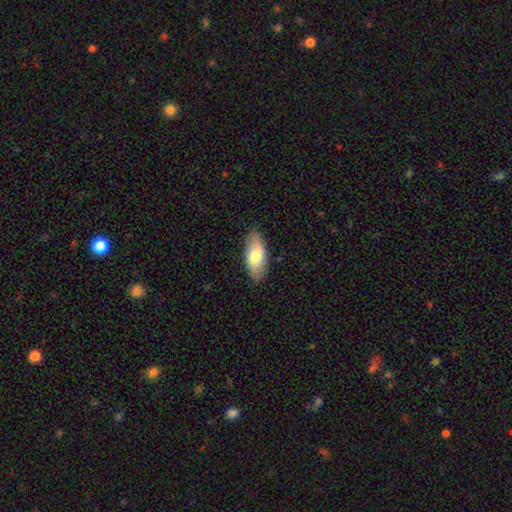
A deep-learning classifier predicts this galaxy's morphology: smooth_or_featured: smooth (p=0.71) [alt: featured or disk p=0.23]
how_rounded: in between (p=0.87) [alt: cigar-shaped p=0.11]
merging: none (p=0.86) [alt: minor disturbance p=0.11]